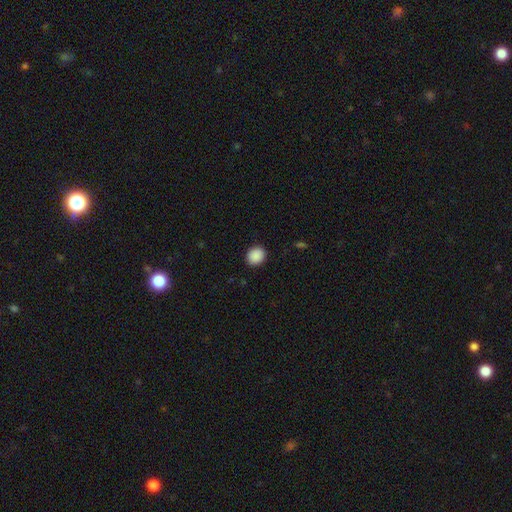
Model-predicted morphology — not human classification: Smooth or featured?
  - smooth: 90% *
  - star or artifact: 8%
  - featured or disk: 3%
How rounded?
  - round: 71% *
  - in between: 28%
  - cigar-shaped: 1%
Merging?
  - none: 90% *
  - minor disturbance: 7%
  - major disturbance: 2%
  - merger: 1%